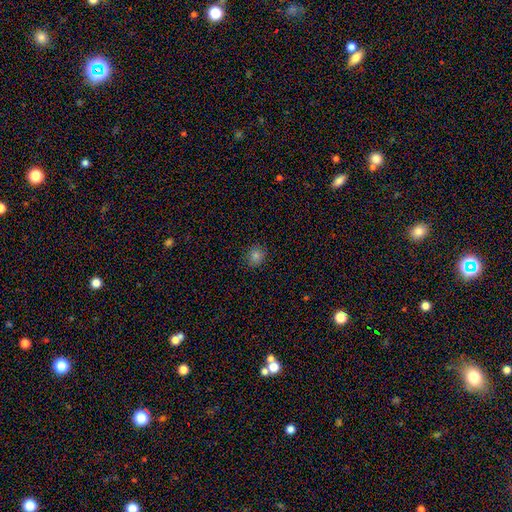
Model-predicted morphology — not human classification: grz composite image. It shows a smooth galaxy with no disk features (79%) that is round (77%). Merging: none (89%).